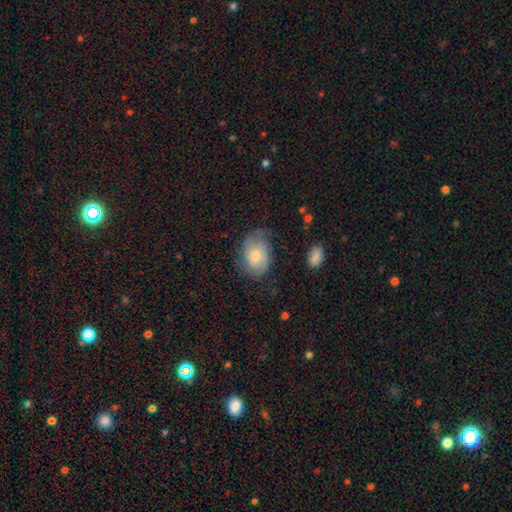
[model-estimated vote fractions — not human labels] smooth_or_featured: featured or disk (p=0.48) [alt: smooth p=0.44]
merging: none (p=0.60) [alt: minor disturbance p=0.28]